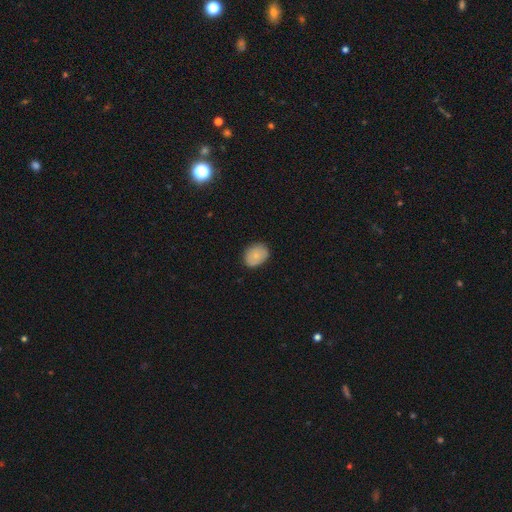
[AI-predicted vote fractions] A smooth galaxy with no disk features (80%) that is in between round and cigar-shaped (65%). Merging: none (83%).